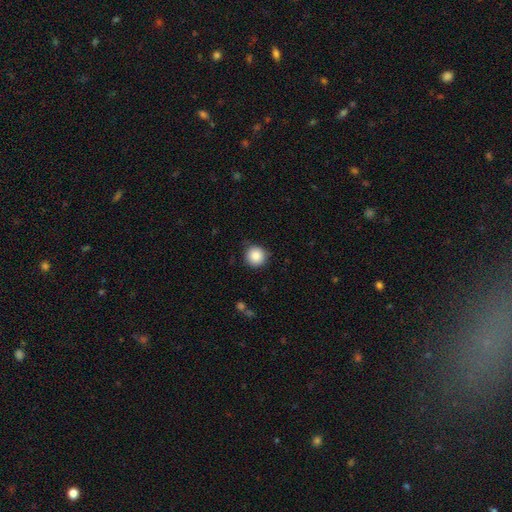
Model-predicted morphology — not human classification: Smooth or featured? Predicted: smooth (p=0.88). How rounded? Predicted: round (p=0.95). Merging? Predicted: none (p=0.83).